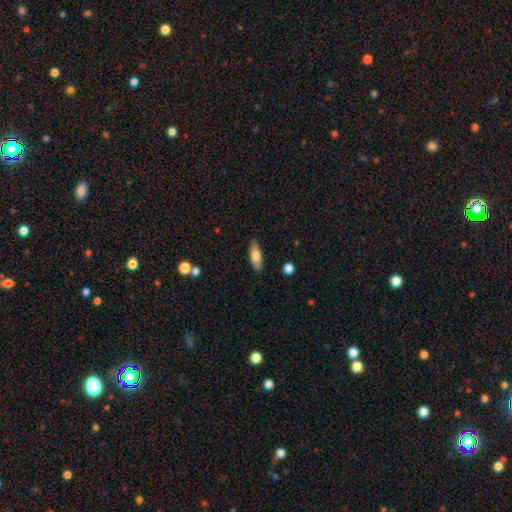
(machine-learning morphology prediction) This appears to be a smooth galaxy with no disk features (75%) that is in between round and cigar-shaped (63%). Merging: none (85%).